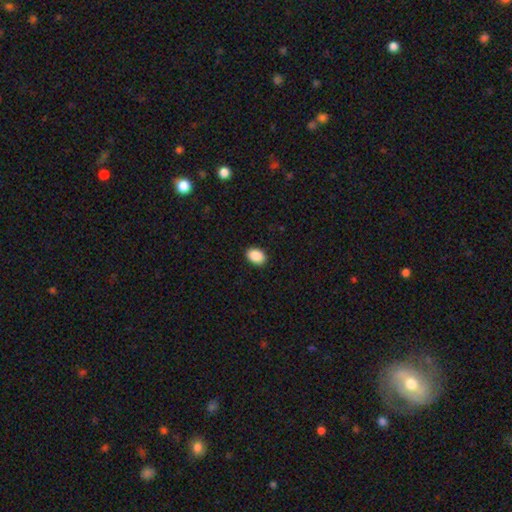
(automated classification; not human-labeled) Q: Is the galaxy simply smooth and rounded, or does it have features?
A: smooth — 90%.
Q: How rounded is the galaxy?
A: in between — 79%.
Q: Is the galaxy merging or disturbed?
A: none — 90%.